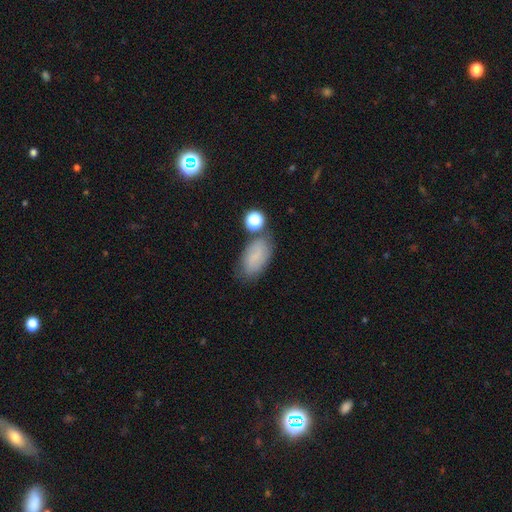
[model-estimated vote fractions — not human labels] The model was most divided on "merging": none: 66%, minor disturbance: 20%, merger: 8%, major disturbance: 6%. More confident: how rounded — in between (90%); smooth or featured — smooth (68%).